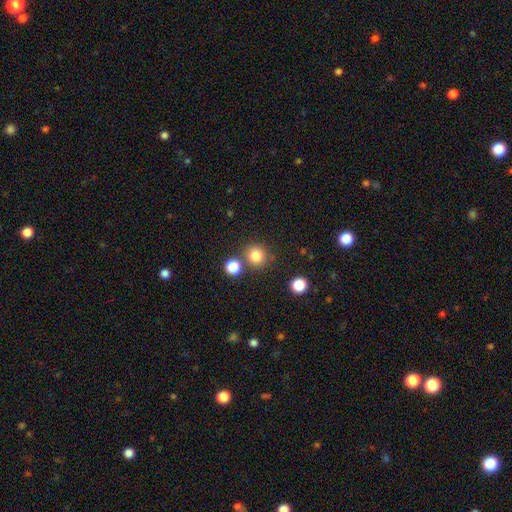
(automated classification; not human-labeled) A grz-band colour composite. It shows a smooth galaxy with no disk features (81%) that is round (91%). Merging: none (77%).